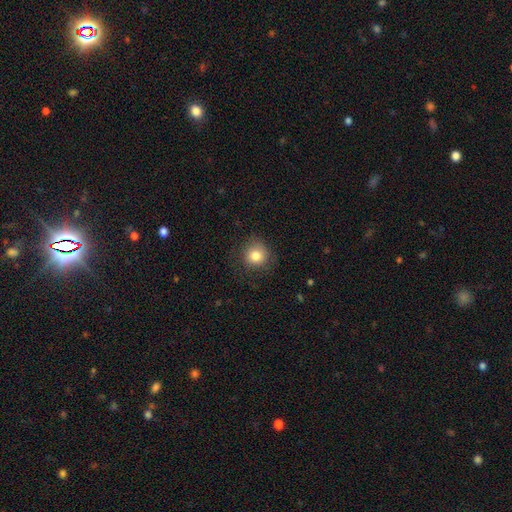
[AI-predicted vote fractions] Smooth or featured? Predicted: smooth (p=0.82). How rounded? Predicted: round (p=0.91). Merging? Predicted: none (p=0.82).